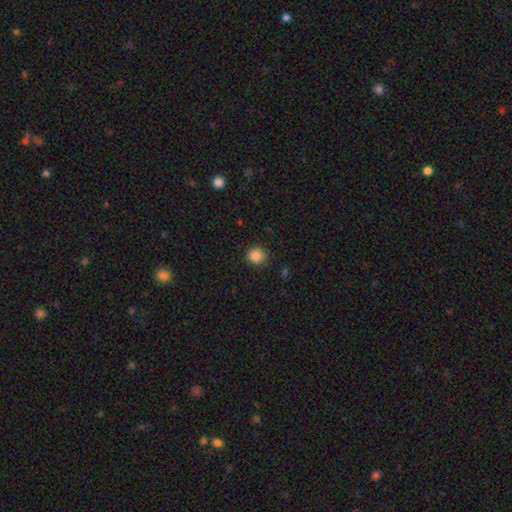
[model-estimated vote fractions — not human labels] Morphology: type=smooth (87%); roundness=round (85%); merging=none (88%).